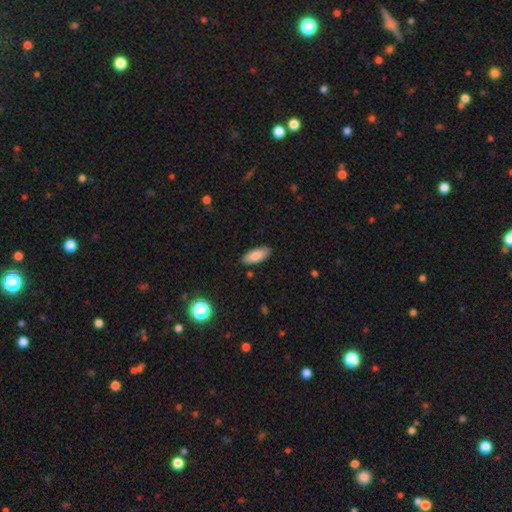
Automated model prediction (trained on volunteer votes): A smooth galaxy with no disk features (86%) that is in between round and cigar-shaped (78%).

Vote fractions:
- Smooth or featured? smooth: 86% / featured or disk: 8% / star or artifact: 7%
- How rounded? in between: 78% / cigar-shaped: 20% / round: 2%
- Merging? none: 87% / minor disturbance: 10% / major disturbance: 2% / merger: 1%